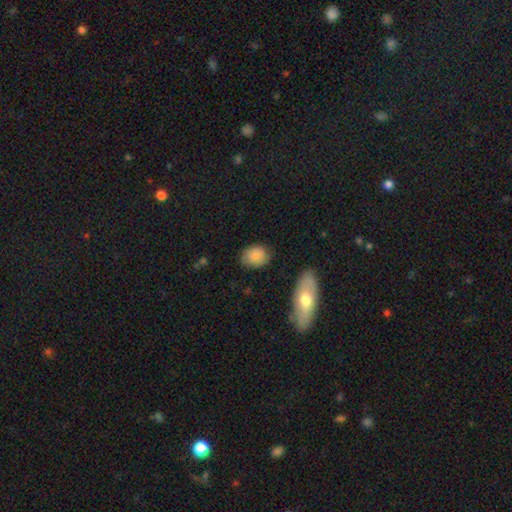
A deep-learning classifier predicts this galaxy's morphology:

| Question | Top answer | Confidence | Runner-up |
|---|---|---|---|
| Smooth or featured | smooth | 84% | featured or disk (9%) |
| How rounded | in between | 52% | round (46%) |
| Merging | none | 79% | minor disturbance (16%) |